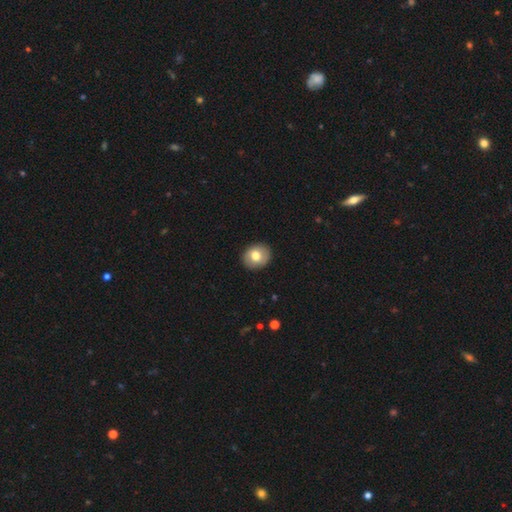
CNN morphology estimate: This appears to be a smooth galaxy with no disk features (75%) that is round (68%). Merging: none (90%).